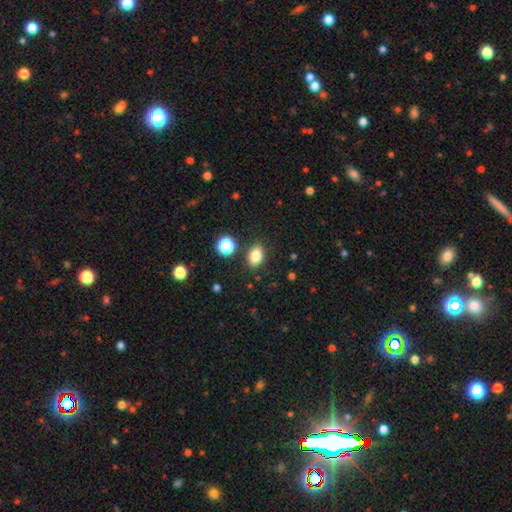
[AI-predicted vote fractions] Smooth or featured? smooth (81%)
How rounded? in between (78%)
Merging? none (84%)